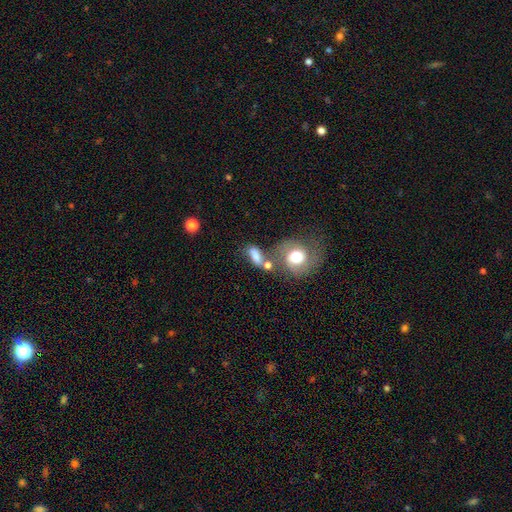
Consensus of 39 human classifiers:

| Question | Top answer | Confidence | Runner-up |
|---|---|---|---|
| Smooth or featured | smooth | 77% | featured or disk (13%) |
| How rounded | in between | 77% | round (13%) |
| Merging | none | 49% | minor disturbance (20%) |